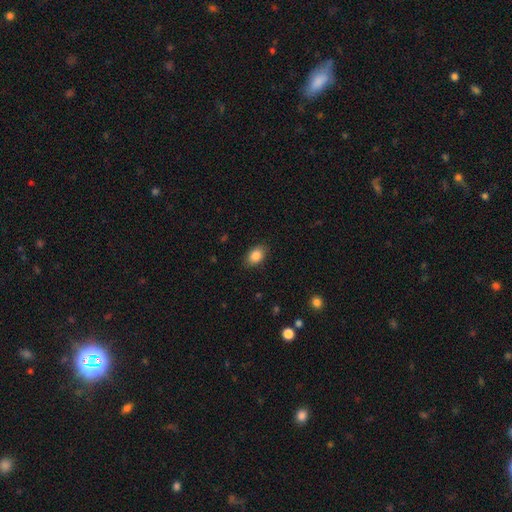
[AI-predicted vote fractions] Smooth or featured? smooth (86%)
How rounded? in between (84%)
Merging? none (86%)